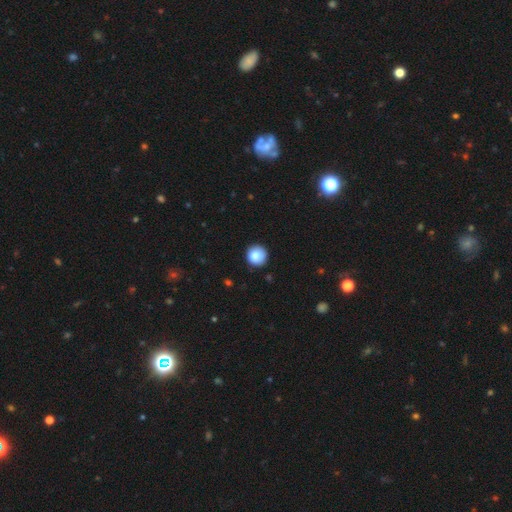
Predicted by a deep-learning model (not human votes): smooth_or_featured: smooth (p=0.86) [alt: star or artifact p=0.08]
how_rounded: round (p=0.94) [alt: in between p=0.05]
merging: none (p=0.86) [alt: minor disturbance p=0.11]